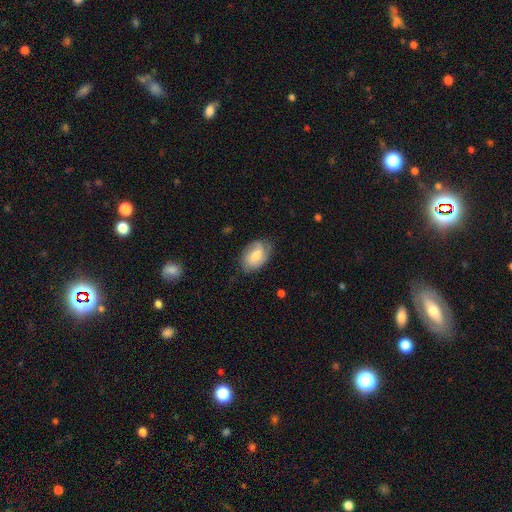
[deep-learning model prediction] A smooth galaxy with no disk features (49%). Merging: none (67%).